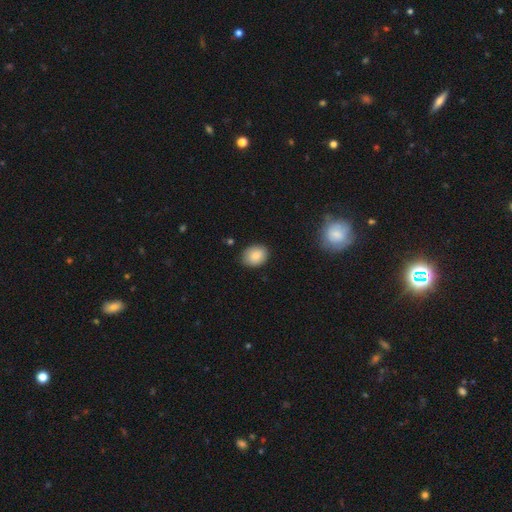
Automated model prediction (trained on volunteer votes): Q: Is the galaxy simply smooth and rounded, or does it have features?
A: smooth — 85%.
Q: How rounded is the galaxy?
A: in between — 54%.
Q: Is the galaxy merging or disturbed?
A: none — 83%.